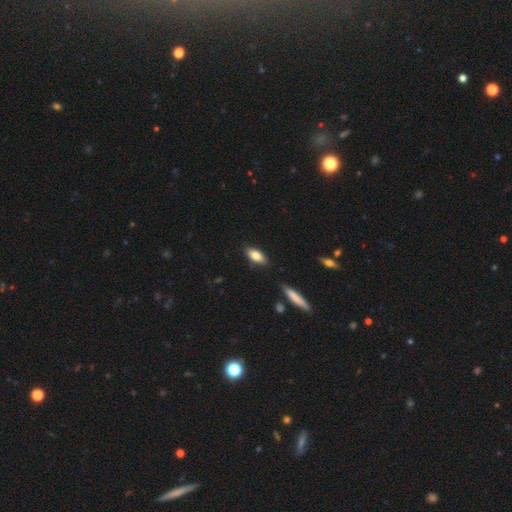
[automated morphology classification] smooth_or_featured: smooth (p=0.81) [alt: featured or disk p=0.13]
how_rounded: in between (p=0.82) [alt: cigar-shaped p=0.14]
merging: none (p=0.84) [alt: minor disturbance p=0.12]